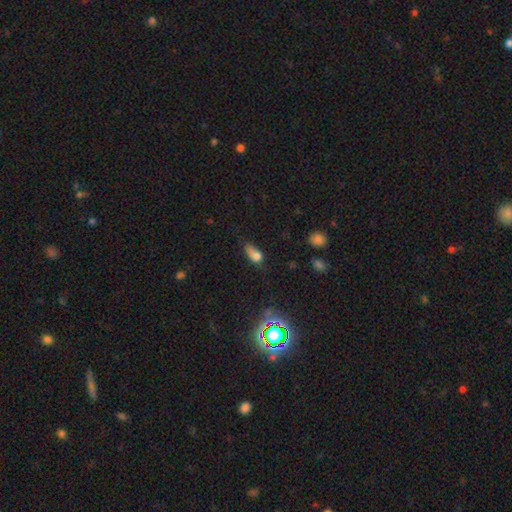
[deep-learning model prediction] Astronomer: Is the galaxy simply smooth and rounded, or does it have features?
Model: smooth — 71%.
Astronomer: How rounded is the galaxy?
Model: in between — 73%.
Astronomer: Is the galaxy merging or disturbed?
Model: minor disturbance — 34% (runner-up: none, 31%).